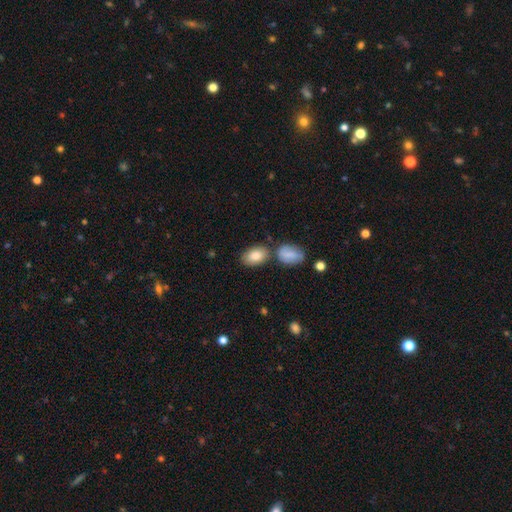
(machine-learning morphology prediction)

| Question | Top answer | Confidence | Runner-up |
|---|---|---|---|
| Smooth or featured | smooth | 83% | featured or disk (10%) |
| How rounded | in between | 90% | round (8%) |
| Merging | none | 65% | merger (17%) |